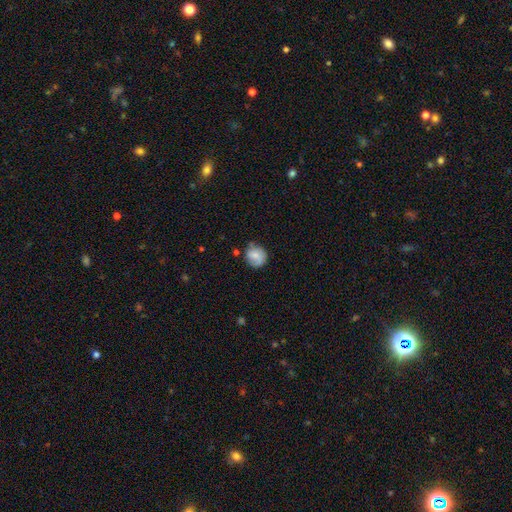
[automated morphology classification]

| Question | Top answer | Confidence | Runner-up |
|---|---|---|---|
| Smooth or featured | smooth | 67% | featured or disk (25%) |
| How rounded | round | 81% | in between (18%) |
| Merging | none | 63% | minor disturbance (26%) |